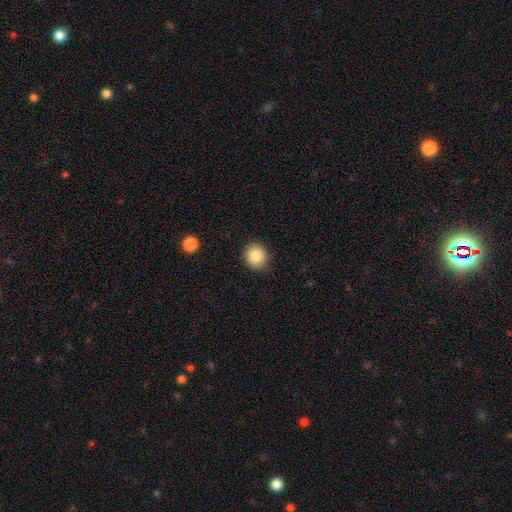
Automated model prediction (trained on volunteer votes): Smooth or featured?
  - smooth: 84% *
  - star or artifact: 9%
  - featured or disk: 7%
How rounded?
  - round: 79% *
  - in between: 20%
  - cigar-shaped: 1%
Merging?
  - none: 83% *
  - minor disturbance: 14%
  - major disturbance: 3%
  - merger: 1%